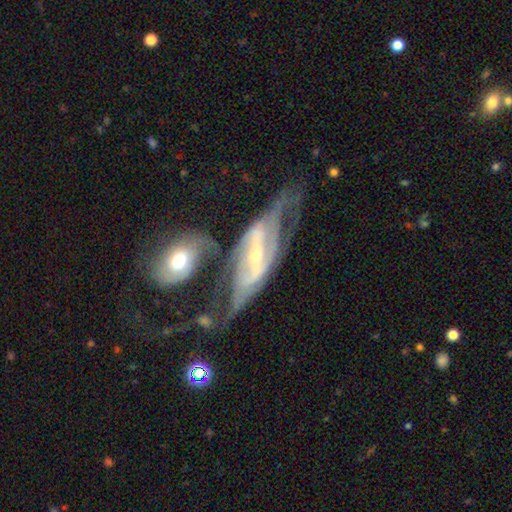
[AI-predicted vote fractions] A featured or disk galaxy (87%) with a strong bar (62%), 2 (78%) medium (44%) spiral arms (91%) and a small central bulge (61%).

Vote fractions:
- Smooth or featured? featured or disk: 87% / smooth: 7% / star or artifact: 6%
- Edge-on disk? no: 88% / yes: 12%
- Bar? strong: 62% / weak: 26% / no: 12%
- Spiral arms? yes: 91% / no: 9%
- Spiral winding? medium: 44% / tight: 30% / loose: 27%
- Spiral arm count? 2: 78% / can't tell: 13% / 3: 4% / 1: 2% / 4: 2% / more than 4: 2%
- Bulge size? small: 61% / moderate: 34% / large: 2% / none: 2% / dominant: 1%
- Merging? none: 40% / major disturbance: 22% / merger: 20% / minor disturbance: 18%